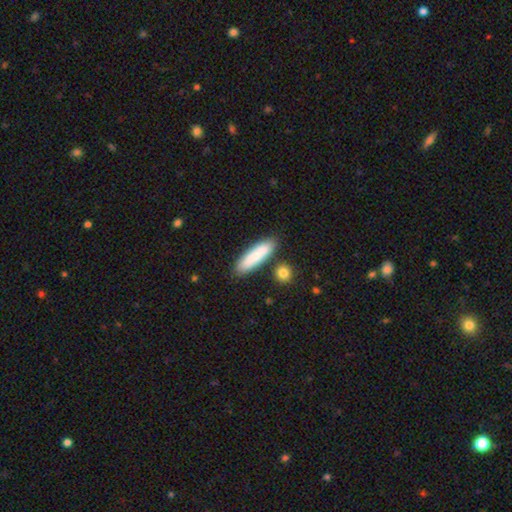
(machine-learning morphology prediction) A smooth galaxy with no disk features (81%) that is cigar-shaped (65%).

Vote fractions:
- Smooth or featured? smooth: 81% / featured or disk: 13% / star or artifact: 6%
- How rounded? cigar-shaped: 65% / in between: 32% / round: 2%
- Merging? none: 78% / minor disturbance: 11% / merger: 8% / major disturbance: 3%